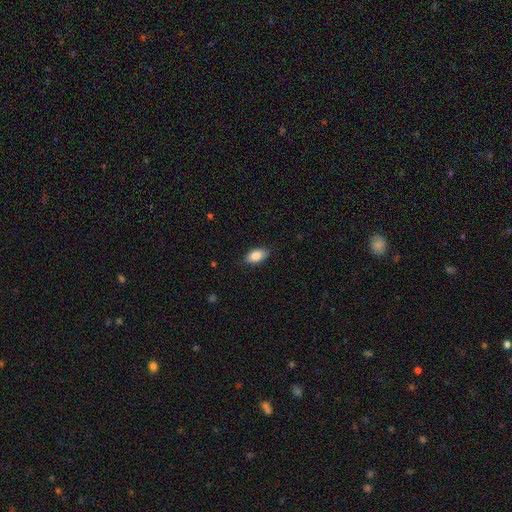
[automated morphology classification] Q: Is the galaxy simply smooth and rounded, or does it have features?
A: smooth — 85%.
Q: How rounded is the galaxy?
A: in between — 92%.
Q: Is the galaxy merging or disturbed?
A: none — 85%.